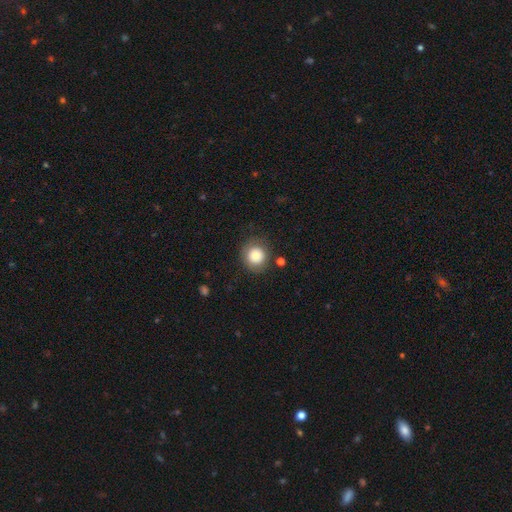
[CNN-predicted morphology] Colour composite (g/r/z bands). It shows a smooth galaxy with no disk features (84%) that is round (89%). Merging: none (79%).